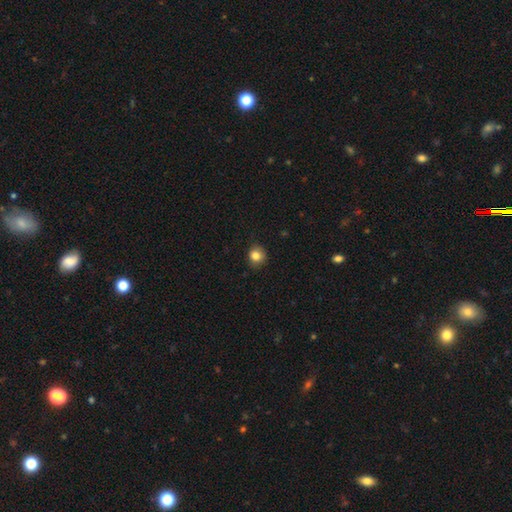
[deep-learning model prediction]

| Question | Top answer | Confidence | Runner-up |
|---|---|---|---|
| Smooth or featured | smooth | 83% | star or artifact (11%) |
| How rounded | round | 86% | in between (13%) |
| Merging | none | 87% | minor disturbance (10%) |